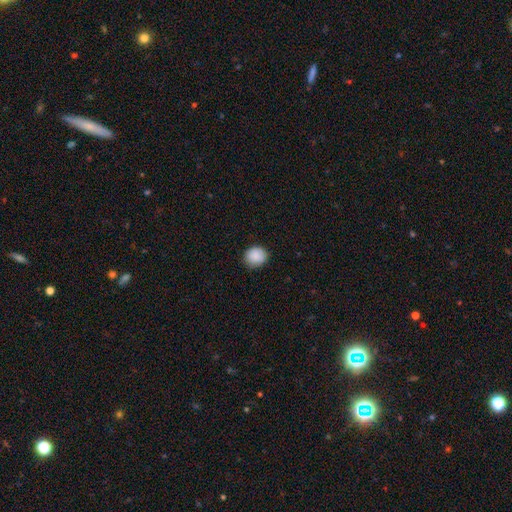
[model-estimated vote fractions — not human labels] A smooth galaxy with no disk features (89%) that is round (76%). Merging: none (83%).